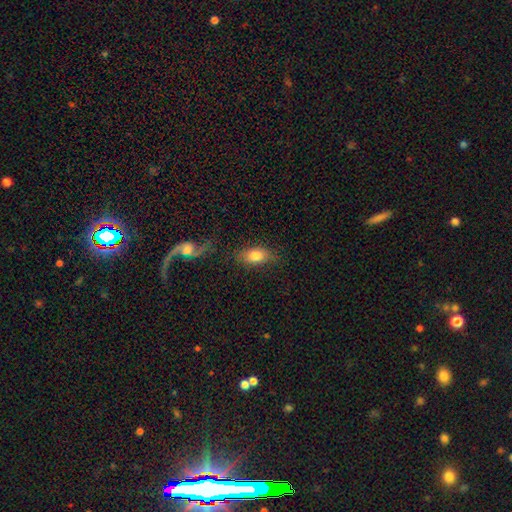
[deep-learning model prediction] smooth-or-featured: smooth: 78% | featured or disk: 14% | star or artifact: 8%
  how-rounded: in between: 85% | round: 9% | cigar-shaped: 5%
  merging: none: 70% | minor disturbance: 18% | major disturbance: 8% | merger: 5%